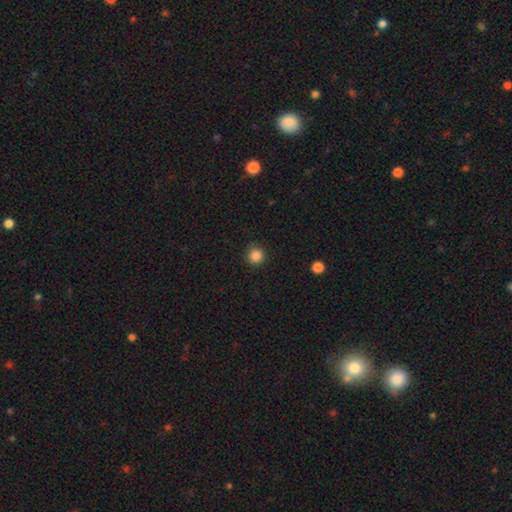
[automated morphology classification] A smooth galaxy with no disk features (86%) that is round (95%).

Vote fractions:
- Smooth or featured? smooth: 86% / star or artifact: 11% / featured or disk: 3%
- How rounded? round: 95% / in between: 5% / cigar-shaped: 1%
- Merging? none: 90% / minor disturbance: 7% / major disturbance: 2% / merger: 1%